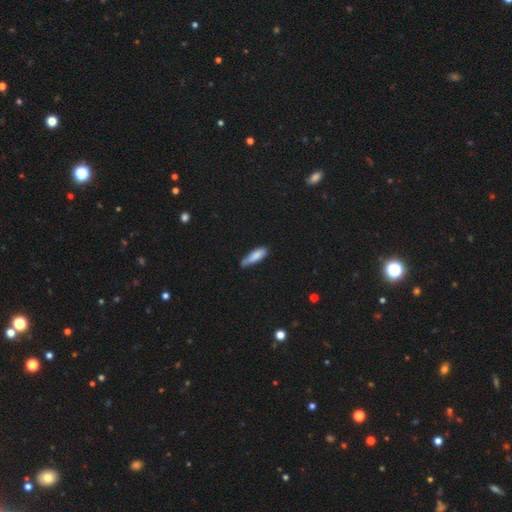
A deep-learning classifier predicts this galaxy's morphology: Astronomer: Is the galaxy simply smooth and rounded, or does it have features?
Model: smooth — 80%.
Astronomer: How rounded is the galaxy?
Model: cigar-shaped — 57% (runner-up: in between, 41%).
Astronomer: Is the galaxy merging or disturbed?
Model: none — 54% (runner-up: minor disturbance, 36%).